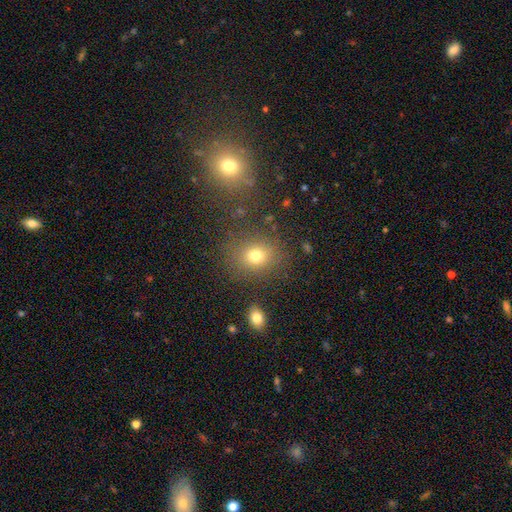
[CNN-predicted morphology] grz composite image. It shows a smooth galaxy with no disk features (74%) that is round (67%). Merging: none (81%).